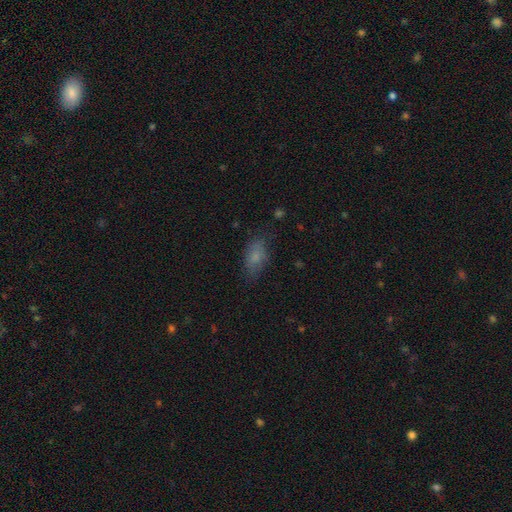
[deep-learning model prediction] Smooth or featured? Predicted: smooth (p=0.74). How rounded? Predicted: in between (p=0.88). Merging? Predicted: none (p=0.69).